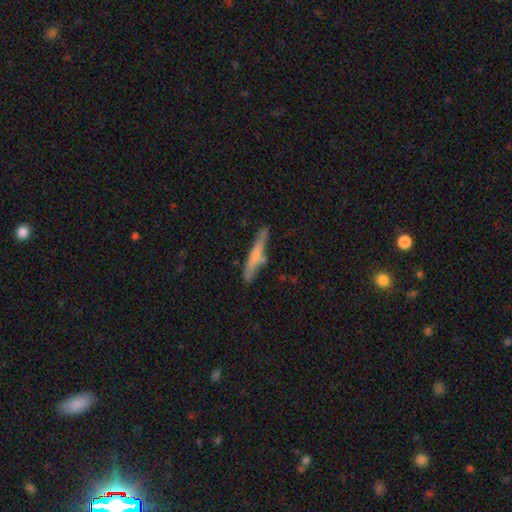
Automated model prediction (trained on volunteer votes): A smooth galaxy with no disk features (49%). Merging: none (78%).